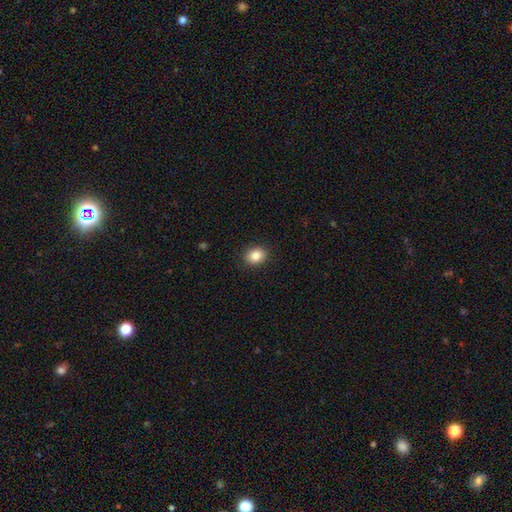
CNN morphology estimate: smooth-or-featured: smooth: 86% | star or artifact: 9% | featured or disk: 5%
  how-rounded: in between: 50% | round: 49% | cigar-shaped: 1%
  merging: none: 90% | minor disturbance: 7% | major disturbance: 2% | merger: 1%